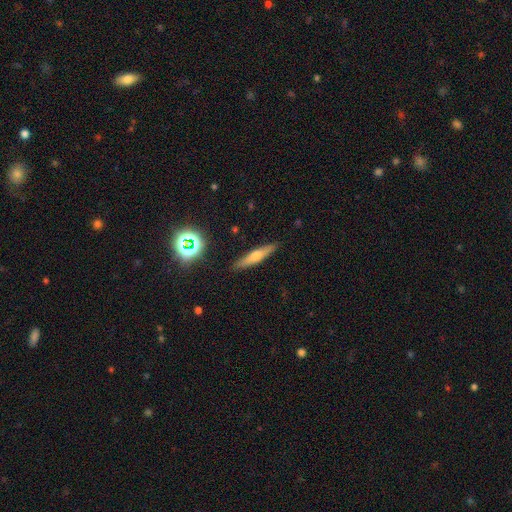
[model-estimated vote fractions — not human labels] The model was most divided on "smooth or featured": smooth: 46%, featured or disk: 44%, star or artifact: 10%. More confident: merging — none (89%).